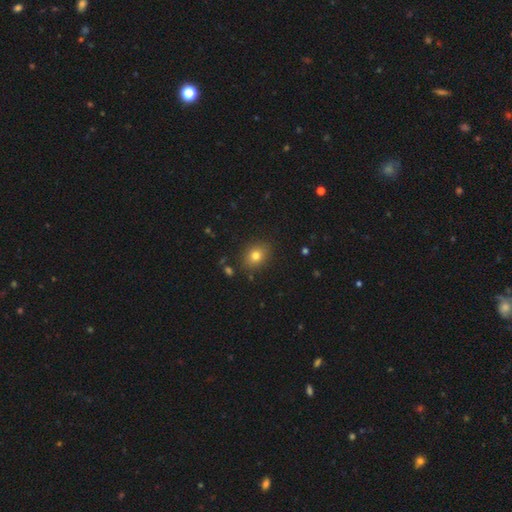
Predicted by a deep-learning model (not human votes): Smooth or featured: smooth — 78% (star or artifact — 12%)
How rounded: in between — 51% (round — 48%)
Merging: none — 86% (minor disturbance — 9%)